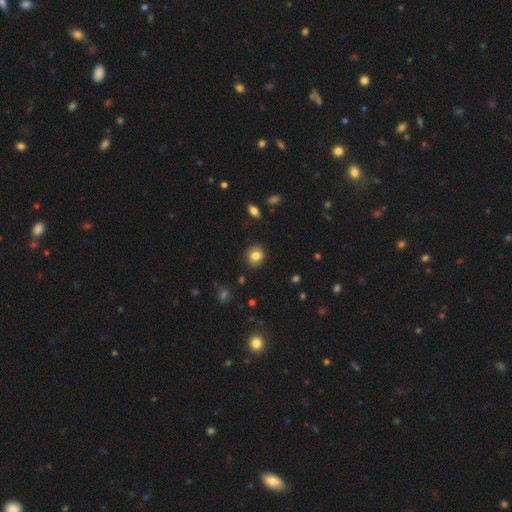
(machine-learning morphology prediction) Q: Smooth or featured?
A: smooth (80%); runner-up: featured or disk (11%)
Q: How rounded?
A: round (72%); runner-up: in between (27%)
Q: Merging?
A: none (84%); runner-up: minor disturbance (11%)